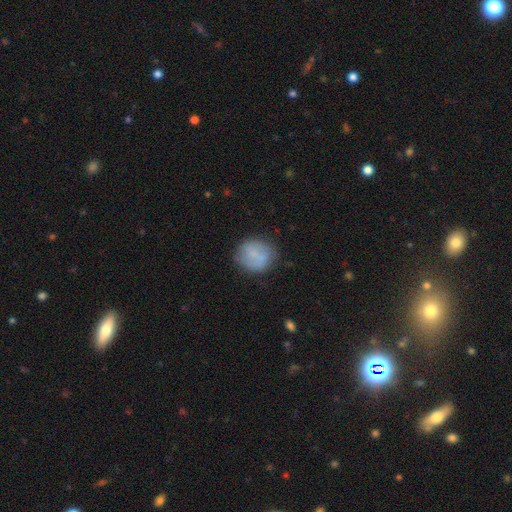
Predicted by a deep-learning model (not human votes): Smooth or featured? Predicted: smooth (p=0.77). How rounded? Predicted: round (p=0.83). Merging? Predicted: none (p=0.73).